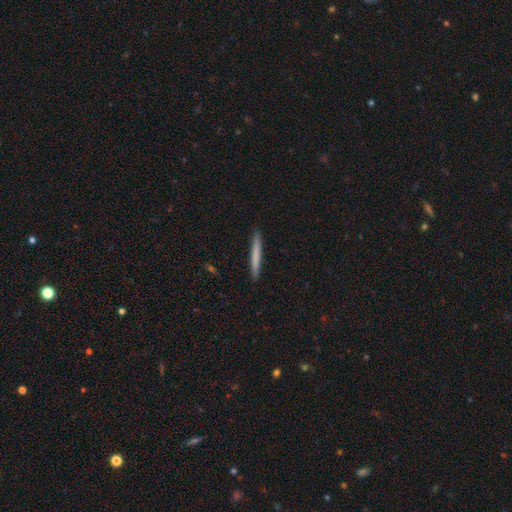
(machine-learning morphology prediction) type=smooth (69%); roundness=cigar-shaped (97%); merging=none (92%).